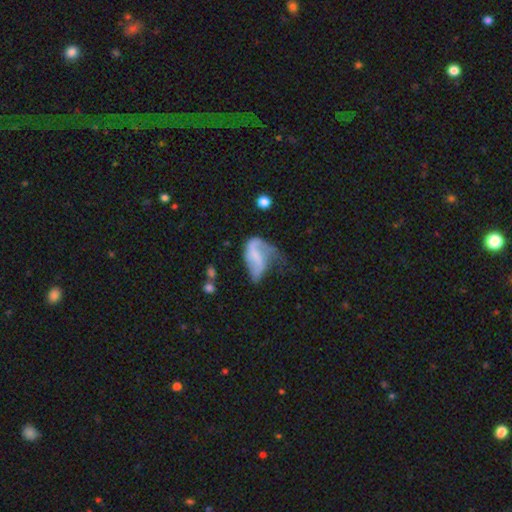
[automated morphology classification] smooth_or_featured: featured or disk (p=0.57) [alt: smooth p=0.34]
disk_edge_on: no (p=0.96) [alt: yes p=0.04]
bar: no (p=0.46) [alt: weak p=0.34]
has_spiral_arms: yes (p=0.65) [alt: no p=0.35]
bulge_size: none (p=0.57) [alt: small p=0.25]
merging: major disturbance (p=0.50) [alt: minor disturbance p=0.24]